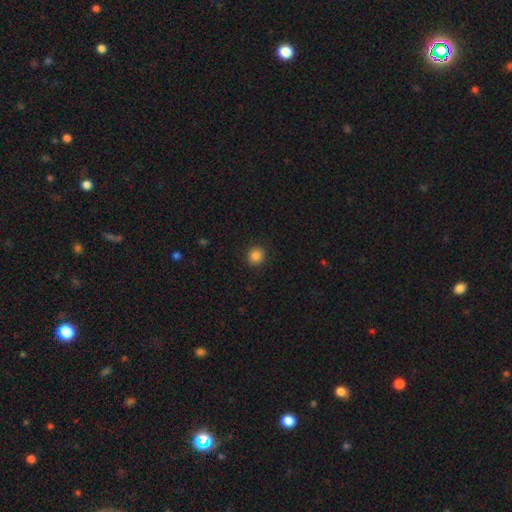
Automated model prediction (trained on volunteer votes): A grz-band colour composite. It shows a smooth galaxy with no disk features (85%) that is round (91%). Merging: none (92%).